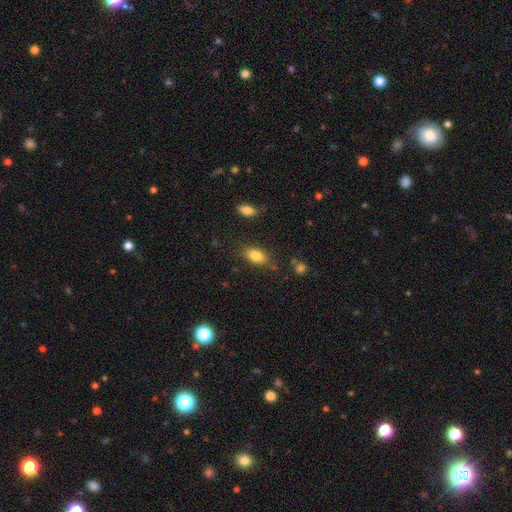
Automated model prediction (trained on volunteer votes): Q: Smooth or featured?
A: smooth (84%); runner-up: star or artifact (8%)
Q: How rounded?
A: in between (88%); runner-up: round (6%)
Q: Merging?
A: none (79%); runner-up: minor disturbance (14%)